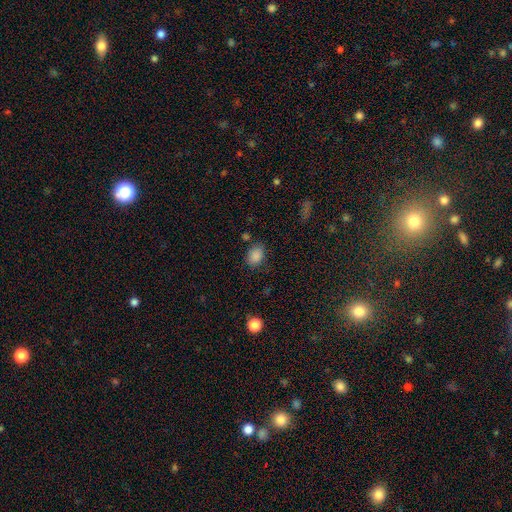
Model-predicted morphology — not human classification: Smooth or featured?
  - smooth: 86% *
  - star or artifact: 10%
  - featured or disk: 4%
How rounded?
  - in between: 69% *
  - round: 30%
  - cigar-shaped: 1%
Merging?
  - none: 73% *
  - minor disturbance: 19%
  - major disturbance: 5%
  - merger: 4%